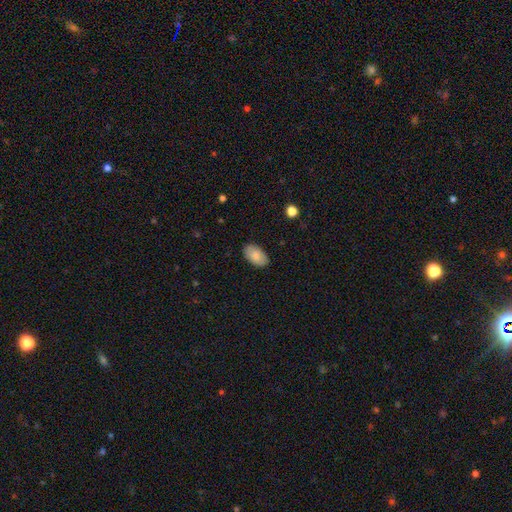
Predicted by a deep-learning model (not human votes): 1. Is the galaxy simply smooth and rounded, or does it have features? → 86% smooth, 8% featured or disk, 6% star or artifact.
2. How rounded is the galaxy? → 95% in between, 4% round, 1% cigar-shaped.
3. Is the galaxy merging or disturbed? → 87% none, 10% minor disturbance, 2% major disturbance, 1% merger.